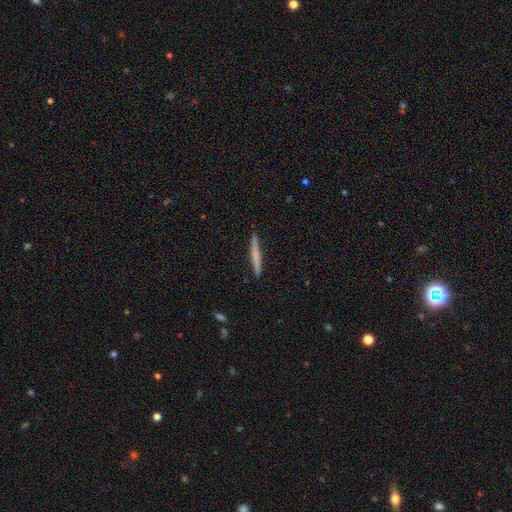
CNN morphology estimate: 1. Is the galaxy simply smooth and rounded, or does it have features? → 62% smooth, 32% featured or disk, 6% star or artifact.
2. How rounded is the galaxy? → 96% cigar-shaped, 2% in between, 1% round.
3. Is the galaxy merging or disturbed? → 89% none, 8% minor disturbance, 2% major disturbance, 1% merger.